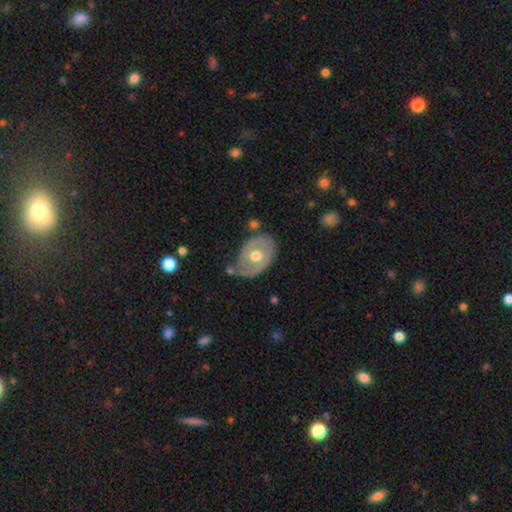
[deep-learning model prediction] smooth-or-featured: featured or disk: 60% | smooth: 35% | star or artifact: 5%
  disk-edge-on: no: 93% | yes: 7%
    bar: no: 86% | weak: 12% | strong: 3%
    has-spiral-arms: no: 68% | yes: 32%
    bulge-size: moderate: 75% | large: 17% | small: 6% | dominant: 1% | none: 1%
  merging: none: 59% | minor disturbance: 26% | major disturbance: 9% | merger: 6%